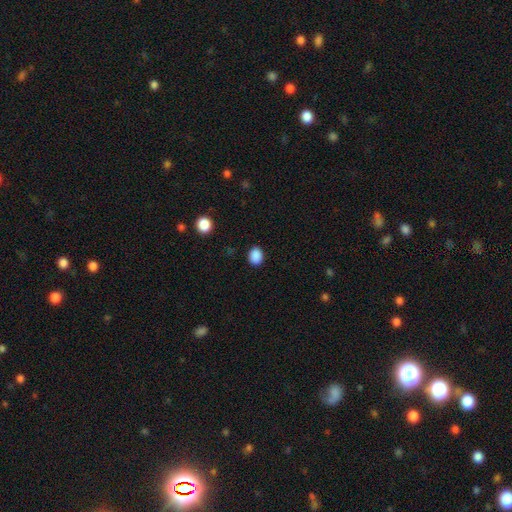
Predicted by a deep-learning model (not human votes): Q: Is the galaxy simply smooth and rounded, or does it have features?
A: smooth — 88%.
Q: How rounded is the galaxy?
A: in between — 51%.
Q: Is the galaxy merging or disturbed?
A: none — 89%.